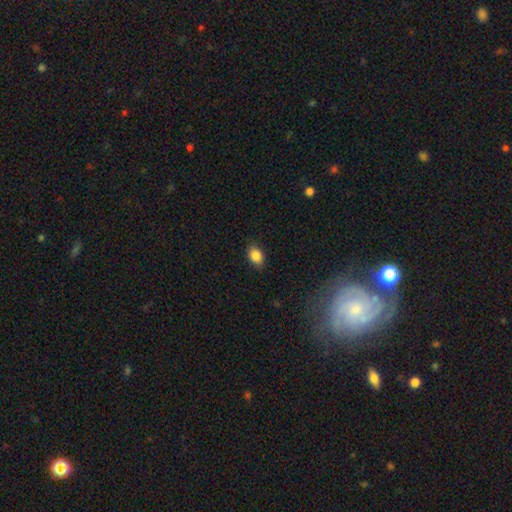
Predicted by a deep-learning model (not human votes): smooth-or-featured: smooth: 87% | star or artifact: 8% | featured or disk: 5%
  how-rounded: in between: 77% | round: 22% | cigar-shaped: 1%
  merging: none: 85% | minor disturbance: 12% | major disturbance: 2% | merger: 1%